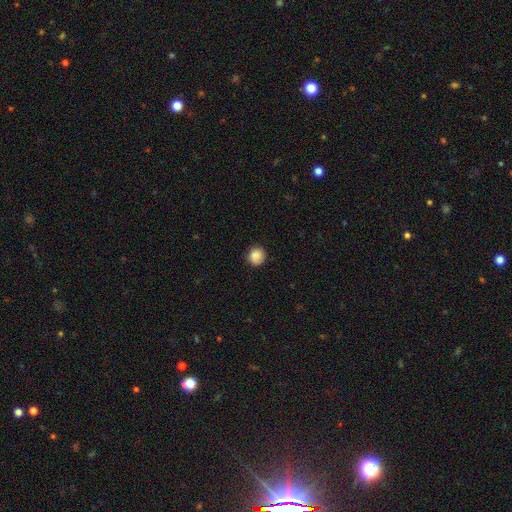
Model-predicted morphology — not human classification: This is clearly a smooth galaxy (86%). How rounded: clearly round (90%). Merging: clearly none (84%).